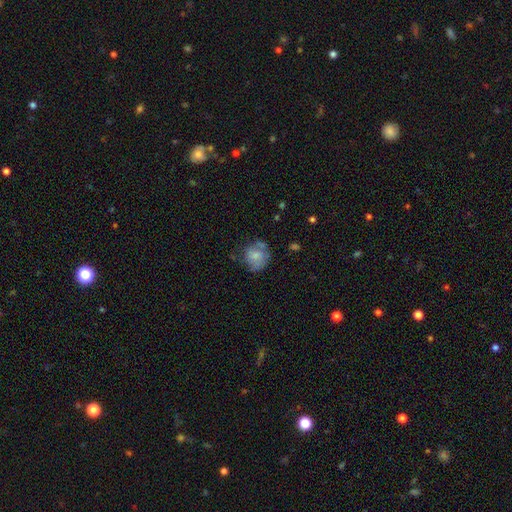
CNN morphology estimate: This appears to be a smooth galaxy with no disk features (61%) that is round (75%). Merging: none (51%).